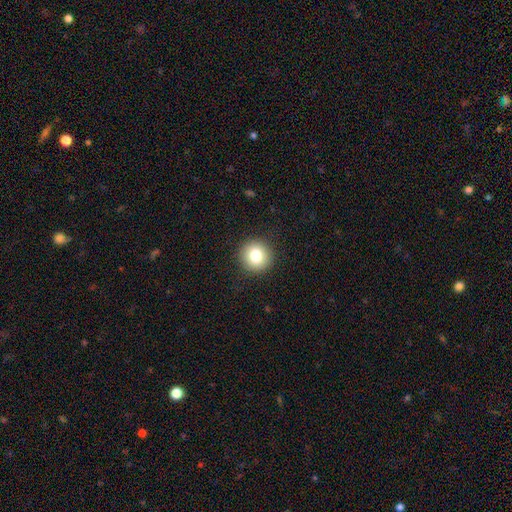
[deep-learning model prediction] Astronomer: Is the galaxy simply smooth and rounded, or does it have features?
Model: smooth — 81%.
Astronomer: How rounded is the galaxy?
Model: round — 94%.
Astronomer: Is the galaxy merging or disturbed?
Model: none — 92%.